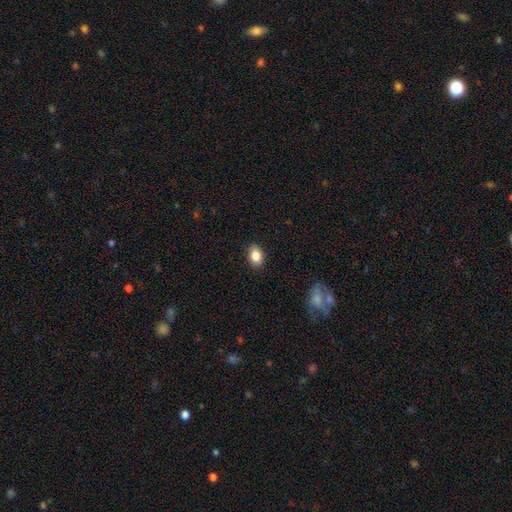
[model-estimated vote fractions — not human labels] smooth-or-featured: smooth: 85% | star or artifact: 8% | featured or disk: 6%
  how-rounded: in between: 79% | round: 20% | cigar-shaped: 1%
  merging: none: 89% | minor disturbance: 8% | major disturbance: 2% | merger: 1%